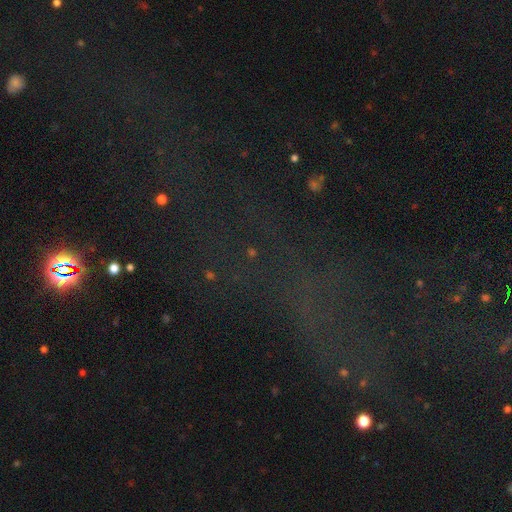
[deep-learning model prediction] The model was most divided on "smooth or featured": star or artifact: 66%, smooth: 17%, featured or disk: 17%.